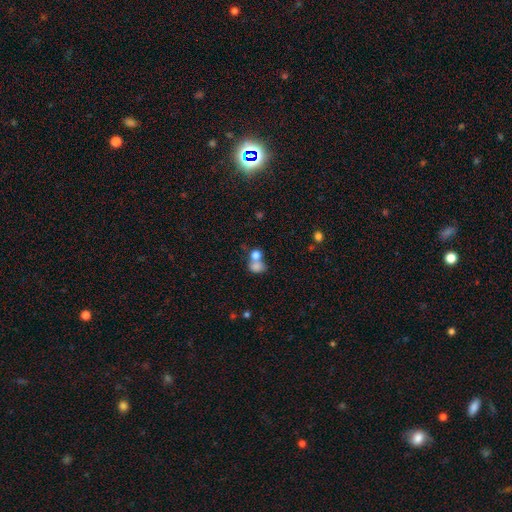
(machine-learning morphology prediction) Smooth or featured: smooth — 77% (star or artifact — 12%)
How rounded: round — 59% (in between — 40%)
Merging: merger — 57% (none — 29%)